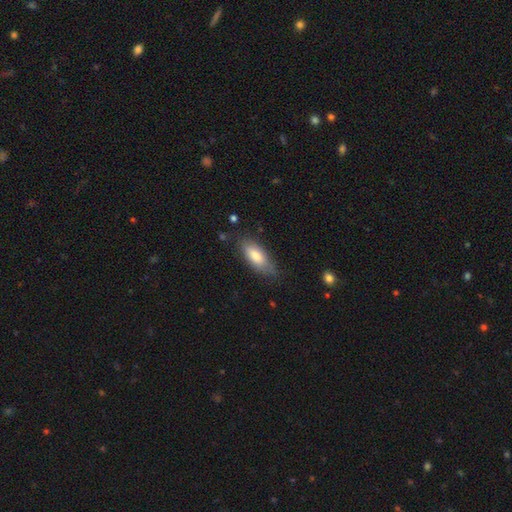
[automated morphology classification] smooth_or_featured: smooth (p=0.77) [alt: featured or disk p=0.17]
how_rounded: in between (p=0.80) [alt: cigar-shaped p=0.18]
merging: none (p=0.73) [alt: minor disturbance p=0.21]